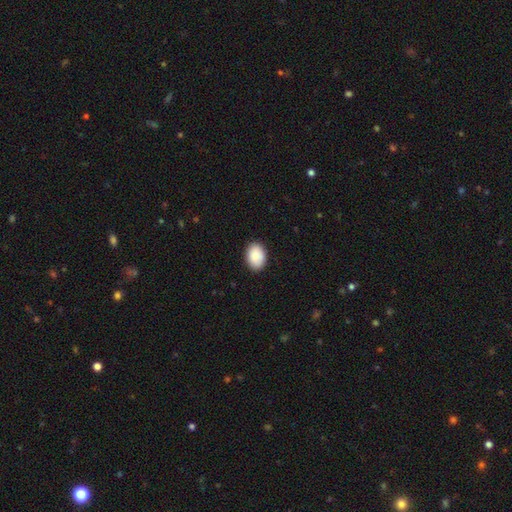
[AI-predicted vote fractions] smooth 90%, star or artifact 6%, featured or disk 4%. Down the decision tree: how rounded — in between (82%); merging — none (88%).